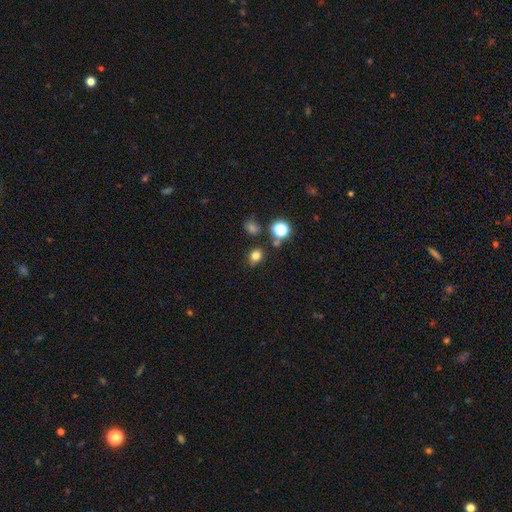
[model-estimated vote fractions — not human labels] smooth-or-featured: smooth: 78% | star or artifact: 16% | featured or disk: 6%
  how-rounded: round: 56% | in between: 43% | cigar-shaped: 1%
  merging: none: 75% | minor disturbance: 15% | merger: 6% | major disturbance: 4%